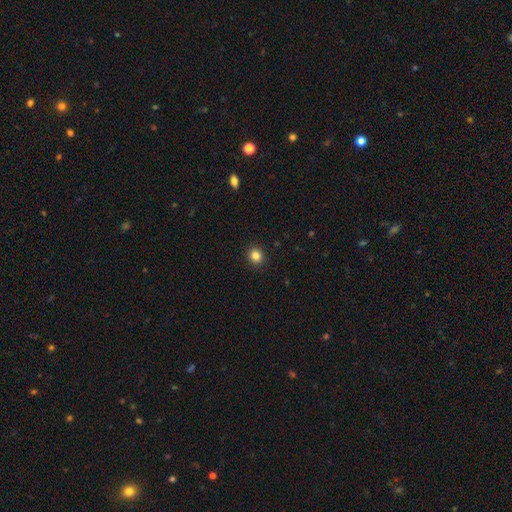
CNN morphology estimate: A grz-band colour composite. It shows a smooth galaxy with no disk features (84%) that is round (89%). Merging: none (92%).